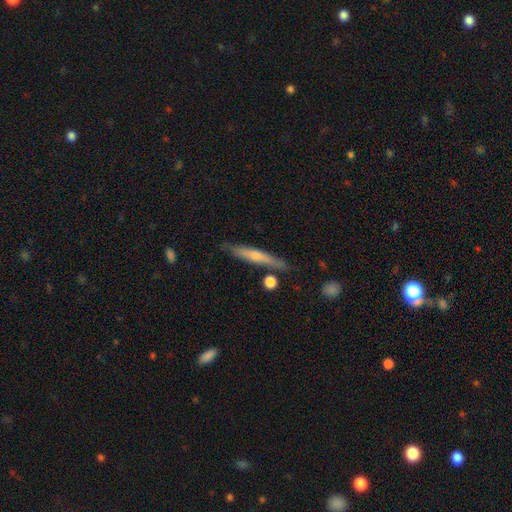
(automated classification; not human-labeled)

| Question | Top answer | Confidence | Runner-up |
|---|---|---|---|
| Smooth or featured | featured or disk | 56% | smooth (37%) |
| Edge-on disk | yes | 94% | no (6%) |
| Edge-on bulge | rounded | 69% | none (26%) |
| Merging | none | 82% | minor disturbance (12%) |